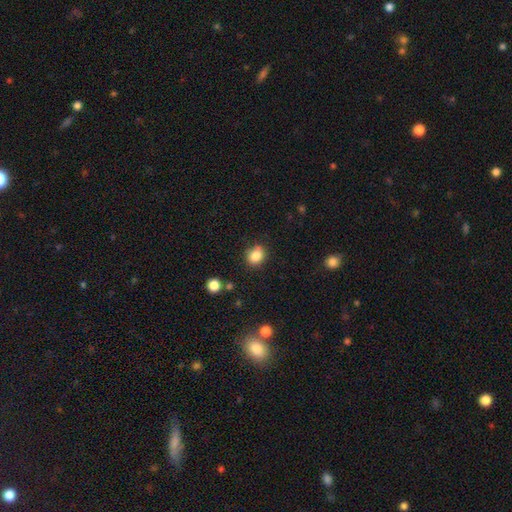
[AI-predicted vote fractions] Smooth or featured? smooth (84%)
How rounded? round (68%)
Merging? none (77%)